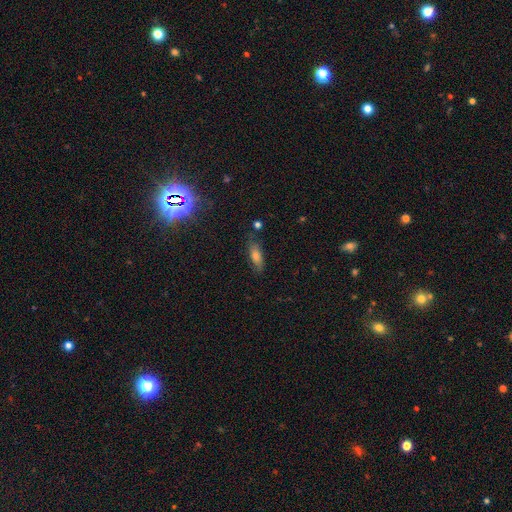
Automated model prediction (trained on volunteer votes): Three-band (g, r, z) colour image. It shows a smooth galaxy with no disk features (60%) that is in between round and cigar-shaped (58%). Merging: none (74%).